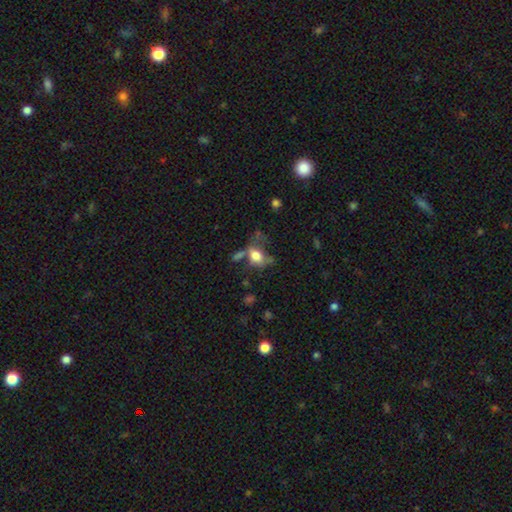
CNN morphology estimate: type=smooth (66%); roundness=in between (72%); merging=none (34%).